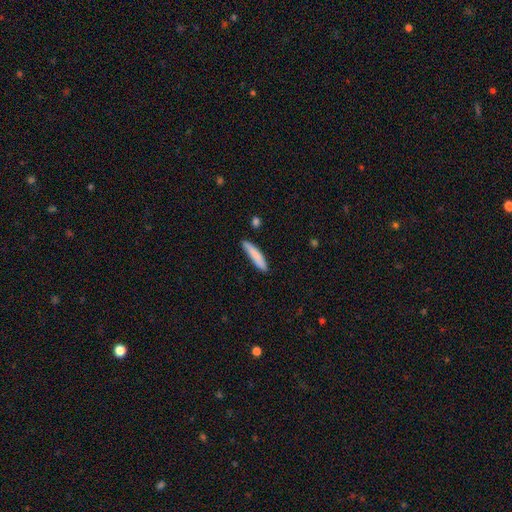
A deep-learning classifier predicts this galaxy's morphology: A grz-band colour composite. It shows a smooth galaxy with no disk features (83%) that is cigar-shaped (86%). Merging: none (77%).